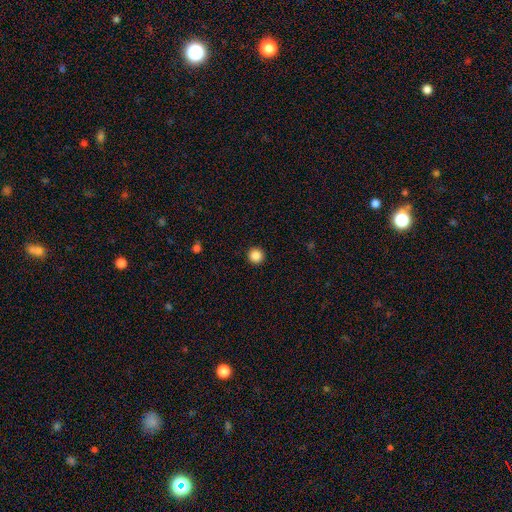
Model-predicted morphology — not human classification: Q: Smooth or featured?
A: smooth (87%); runner-up: star or artifact (10%)
Q: How rounded?
A: round (97%); runner-up: in between (3%)
Q: Merging?
A: none (94%); runner-up: minor disturbance (4%)